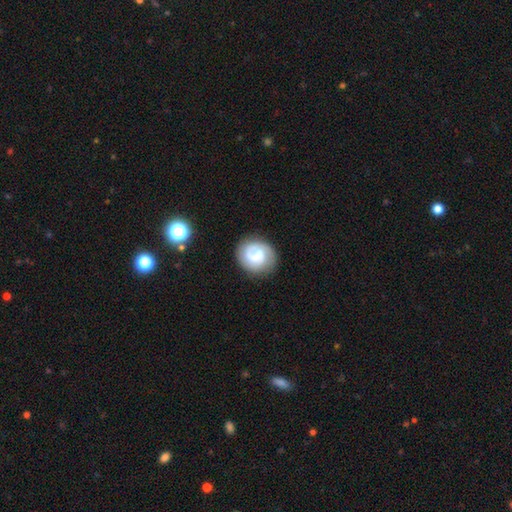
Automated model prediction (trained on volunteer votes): The model was most divided on "bar": no: 45%, weak: 42%, strong: 13%. Remaining: edge-on disk — no (98%); spiral arms — yes (81%); merging — none (72%); smooth or featured — featured or disk (53%); bulge size — none (34%).